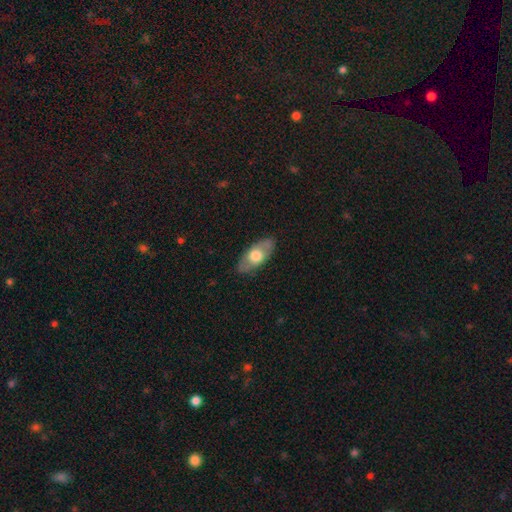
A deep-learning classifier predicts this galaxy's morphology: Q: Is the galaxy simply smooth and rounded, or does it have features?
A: smooth — 56%.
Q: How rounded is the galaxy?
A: in between — 85%.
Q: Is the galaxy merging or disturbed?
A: none — 84%.